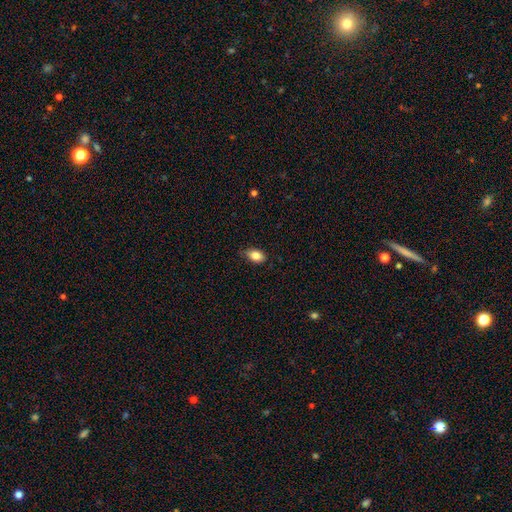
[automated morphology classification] The model was most divided on "merging": none: 77%, minor disturbance: 19%, major disturbance: 3%, merger: 1%. More confident: how rounded — in between (88%); smooth or featured — smooth (84%).